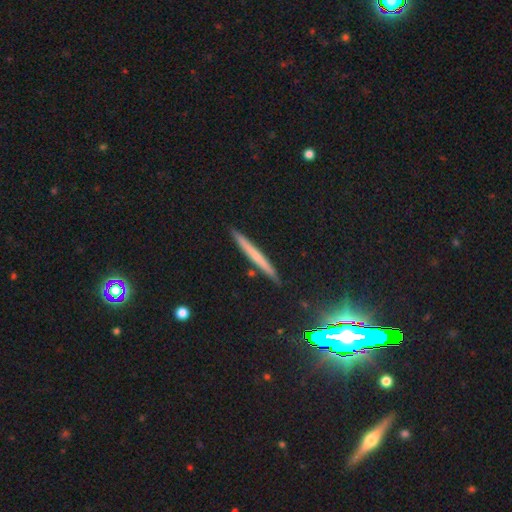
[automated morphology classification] Smooth or featured? Predicted: smooth (p=0.48). Merging? Predicted: none (p=0.90).